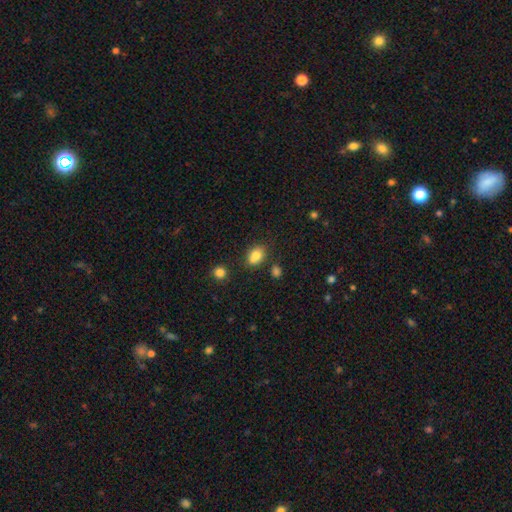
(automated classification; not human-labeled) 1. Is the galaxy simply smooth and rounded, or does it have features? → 82% smooth, 10% star or artifact, 8% featured or disk.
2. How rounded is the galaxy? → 68% in between, 30% round, 1% cigar-shaped.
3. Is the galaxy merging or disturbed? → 70% none, 15% minor disturbance, 11% merger, 4% major disturbance.